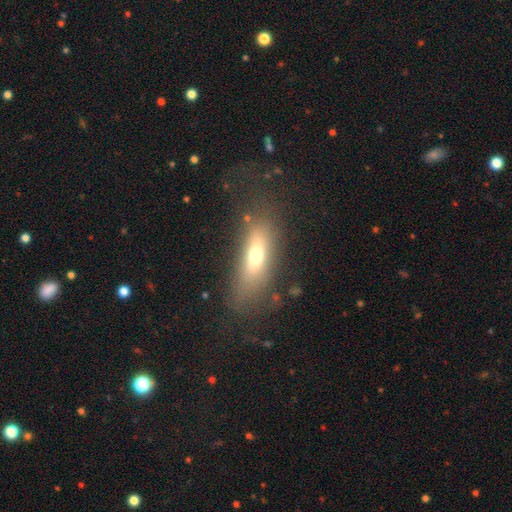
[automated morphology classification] smooth_or_featured: smooth (p=0.62) [alt: featured or disk p=0.27]
how_rounded: in between (p=0.61) [alt: cigar-shaped p=0.35]
merging: none (p=0.67) [alt: minor disturbance p=0.17]